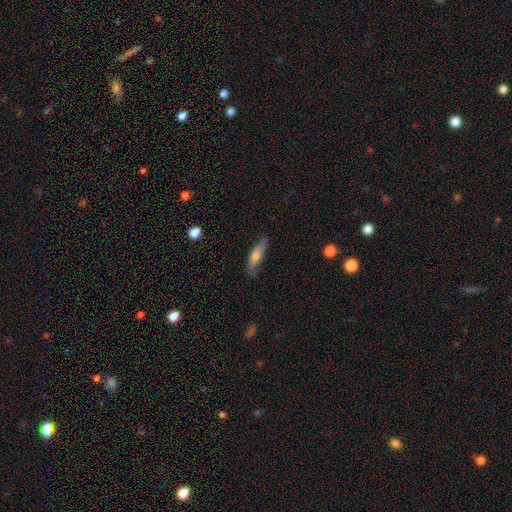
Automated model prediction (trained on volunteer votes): Smooth or featured? smooth (62%)
How rounded? cigar-shaped (65%)
Merging? none (70%)